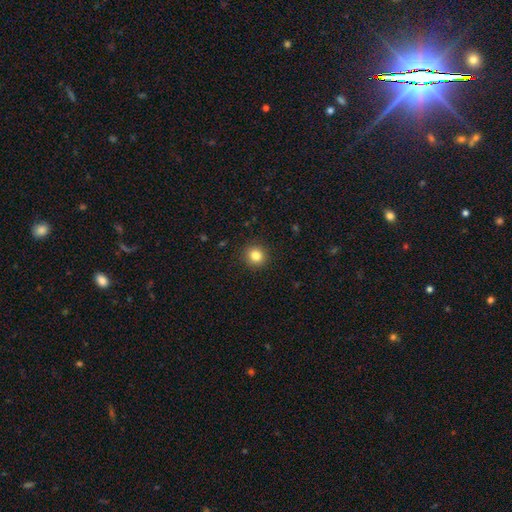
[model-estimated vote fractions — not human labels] smooth 83%, star or artifact 11%, featured or disk 5%. Down the decision tree: how rounded — round (91%); merging — none (92%).